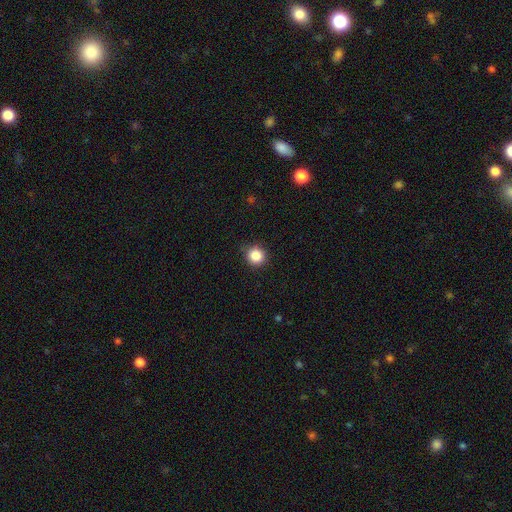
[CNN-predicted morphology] smooth-or-featured: smooth: 86% | star or artifact: 11% | featured or disk: 4%
  how-rounded: round: 93% | in between: 6% | cigar-shaped: 1%
  merging: none: 87% | minor disturbance: 9% | major disturbance: 2% | merger: 1%